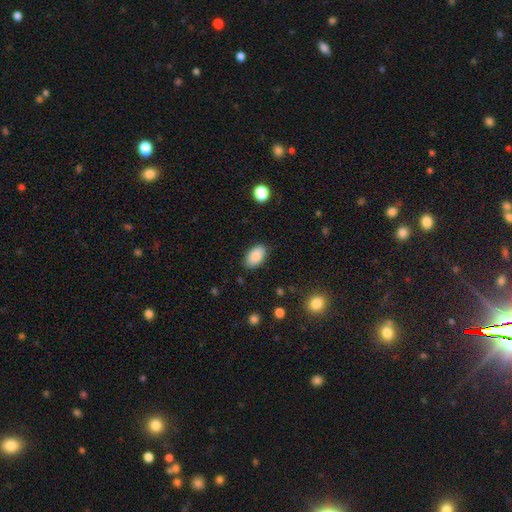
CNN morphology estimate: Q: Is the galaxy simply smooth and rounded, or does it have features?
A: smooth — 89%.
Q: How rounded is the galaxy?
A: in between — 94%.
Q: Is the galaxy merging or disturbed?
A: none — 85%.